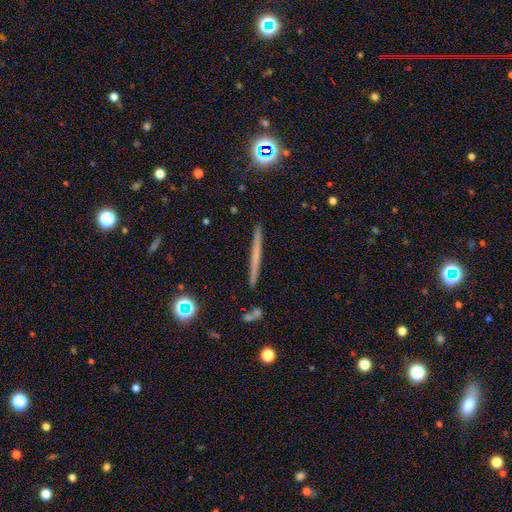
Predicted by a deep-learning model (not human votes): smooth-or-featured: featured or disk: 49% | smooth: 42% | star or artifact: 10%
  merging: none: 91% | minor disturbance: 6% | merger: 2% | major disturbance: 1%